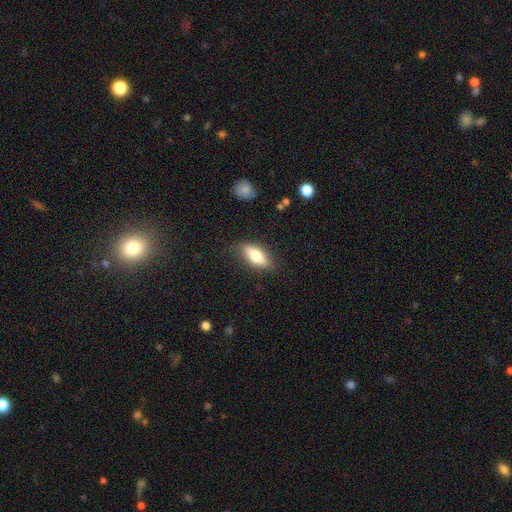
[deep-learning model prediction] smooth_or_featured: smooth (p=0.70) [alt: featured or disk p=0.24]
how_rounded: in between (p=0.75) [alt: cigar-shaped p=0.22]
merging: none (p=0.76) [alt: minor disturbance p=0.18]